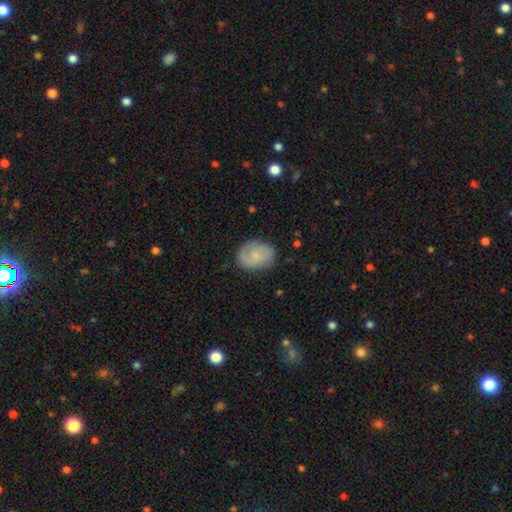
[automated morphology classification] Overall: smooth (53%; featured or disk 40%). How rounded: in between (57%; round 42%). Merging: none (76%).